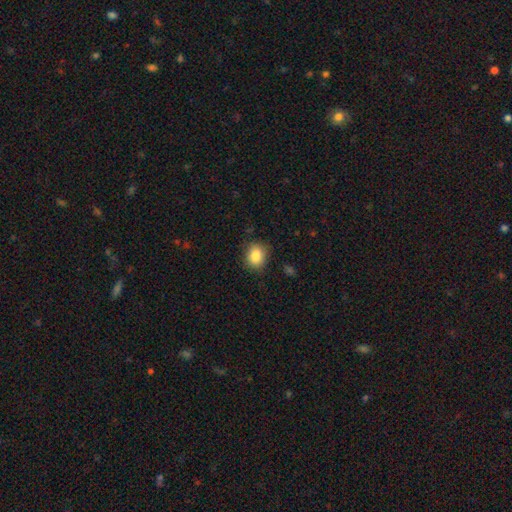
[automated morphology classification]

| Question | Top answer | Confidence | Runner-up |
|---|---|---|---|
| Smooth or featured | smooth | 85% | star or artifact (9%) |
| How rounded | round | 57% | in between (42%) |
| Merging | none | 82% | minor disturbance (13%) |